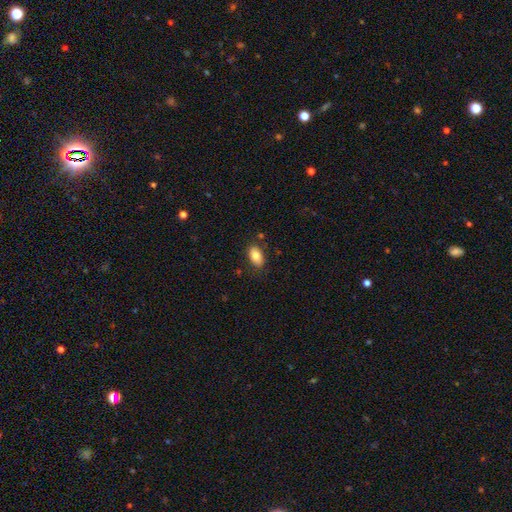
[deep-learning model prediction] Smooth or featured? smooth (81%)
How rounded? in between (91%)
Merging? none (82%)